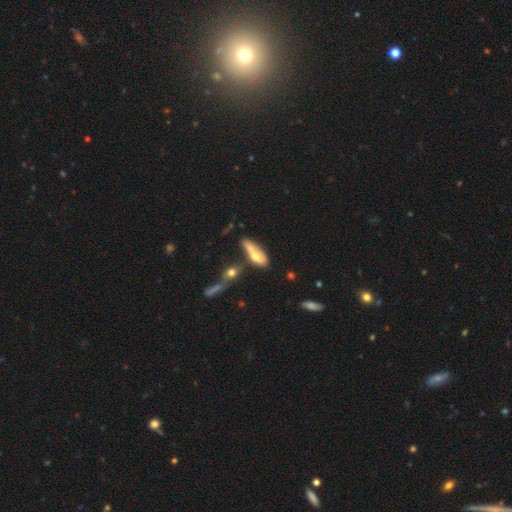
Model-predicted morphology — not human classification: Smooth or featured?
  - smooth: 58% *
  - featured or disk: 34%
  - star or artifact: 8%
How rounded?
  - in between: 66% *
  - cigar-shaped: 30%
  - round: 4%
Merging?
  - merger: 45% *
  - none: 26%
  - minor disturbance: 17%
  - major disturbance: 13%